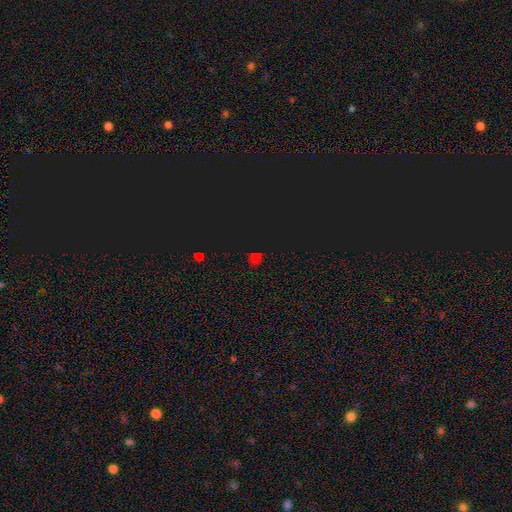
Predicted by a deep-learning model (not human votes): Q: Smooth or featured?
A: star or artifact (67%); runner-up: smooth (27%)